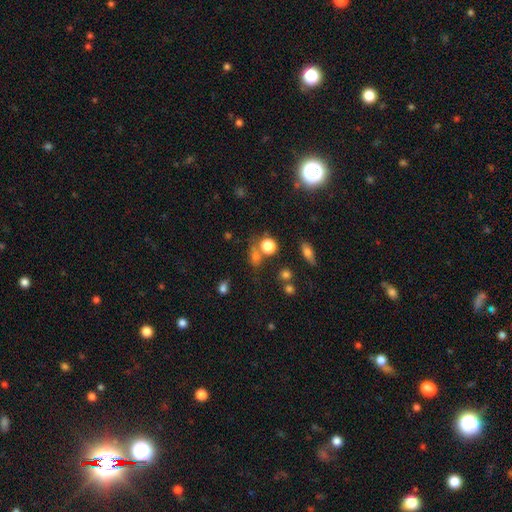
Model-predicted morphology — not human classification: smooth 60%, star or artifact 29%, featured or disk 10%. Down the decision tree: how rounded — round (59%); merging — none (63%).